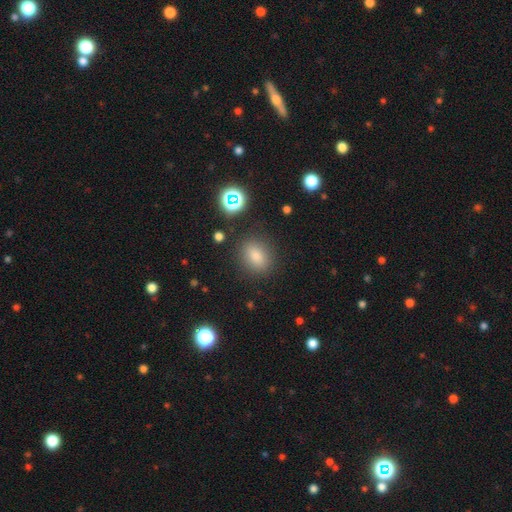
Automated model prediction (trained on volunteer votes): smooth-or-featured: smooth: 78% | star or artifact: 16% | featured or disk: 6%
  how-rounded: in between: 53% | round: 45% | cigar-shaped: 2%
  merging: none: 86% | minor disturbance: 9% | major disturbance: 3% | merger: 2%